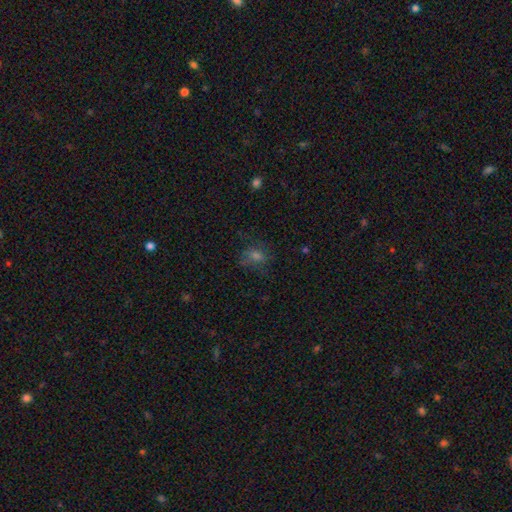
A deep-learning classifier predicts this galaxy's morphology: A smooth galaxy with no disk features (50%). Merging: none (62%).